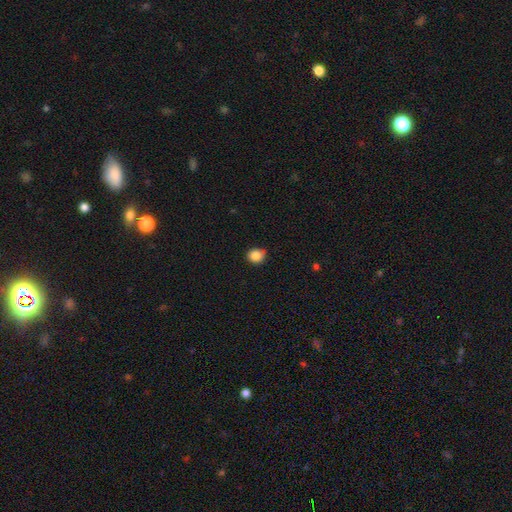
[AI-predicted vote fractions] A smooth galaxy with no disk features (86%) that is round (73%). Merging: none (71%).